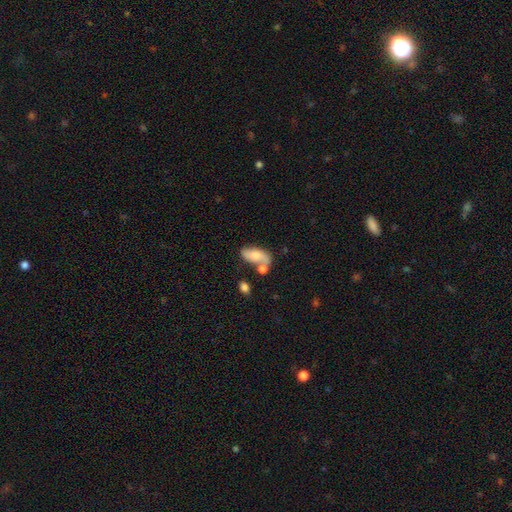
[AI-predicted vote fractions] Morphology: type=smooth (58%); roundness=in between (88%); merging=none (45%).